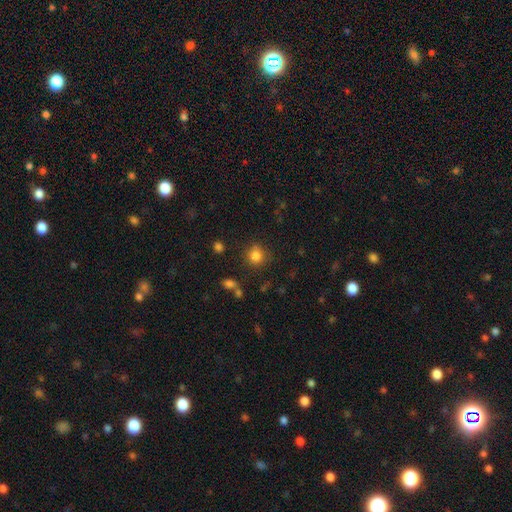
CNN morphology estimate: smooth 83%, star or artifact 12%, featured or disk 5%. Down the decision tree: how rounded — round (88%); merging — none (79%).